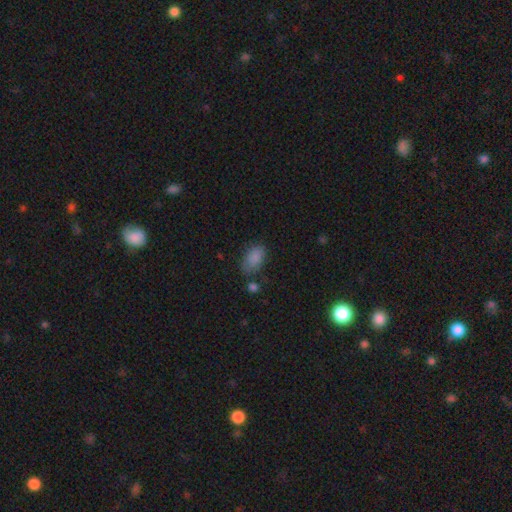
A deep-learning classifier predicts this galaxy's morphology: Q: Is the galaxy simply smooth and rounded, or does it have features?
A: smooth — 85%.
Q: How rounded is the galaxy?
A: in between — 91%.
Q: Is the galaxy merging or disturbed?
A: none — 69%.